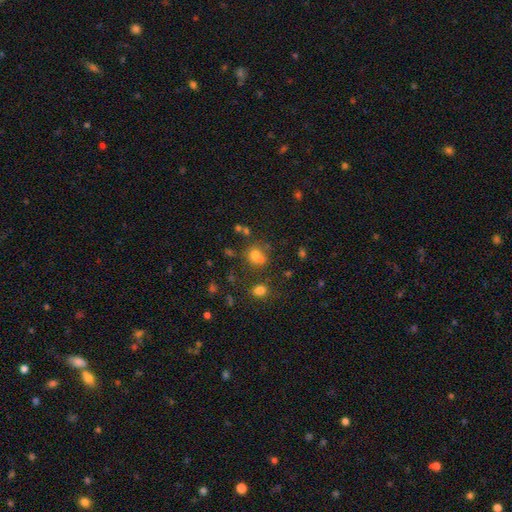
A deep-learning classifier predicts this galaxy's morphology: Smooth or featured? smooth (65%)
How rounded? round (76%)
Merging? none (55%)